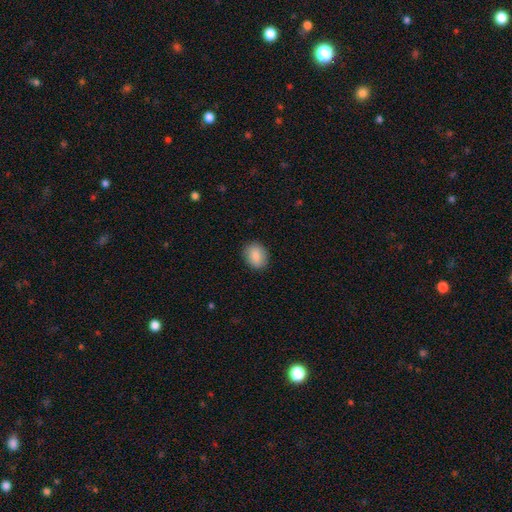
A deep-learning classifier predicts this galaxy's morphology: Smooth or featured: smooth — 86% (star or artifact — 7%)
How rounded: in between — 56% (round — 43%)
Merging: none — 87% (minor disturbance — 9%)